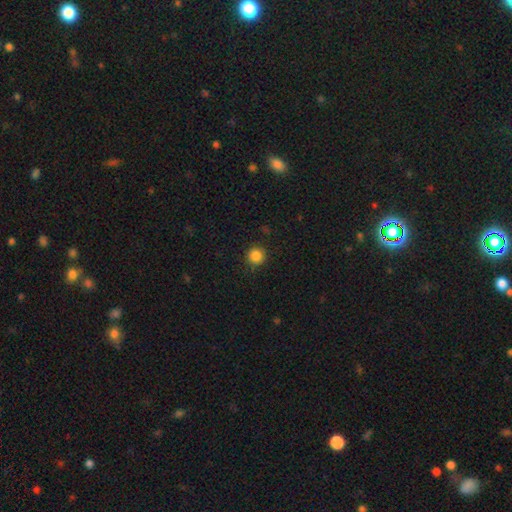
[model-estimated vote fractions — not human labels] Overall: smooth (86%). How rounded: round (95%). Merging: none (89%).